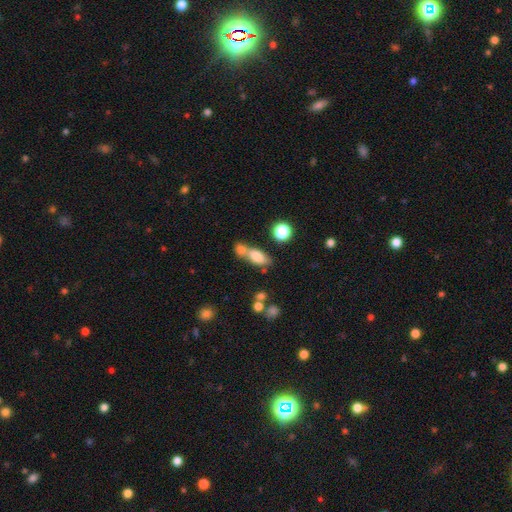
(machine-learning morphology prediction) Smooth or featured? Predicted: smooth (p=0.75). How rounded? Predicted: in between (p=0.75). Merging? Predicted: merger (p=0.46).